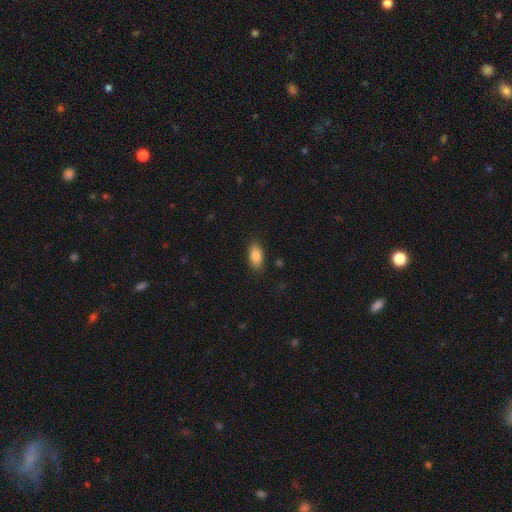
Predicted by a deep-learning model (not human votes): Smooth or featured?
  - smooth: 87% *
  - star or artifact: 7%
  - featured or disk: 6%
How rounded?
  - in between: 91% *
  - cigar-shaped: 5%
  - round: 4%
Merging?
  - none: 86% *
  - minor disturbance: 10%
  - major disturbance: 3%
  - merger: 1%